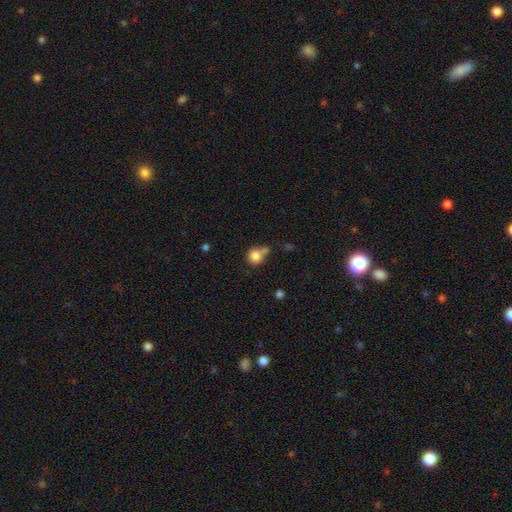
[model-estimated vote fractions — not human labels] This is clearly a smooth galaxy (82%). How rounded: clearly round (84%). Merging: possibly none (47%).